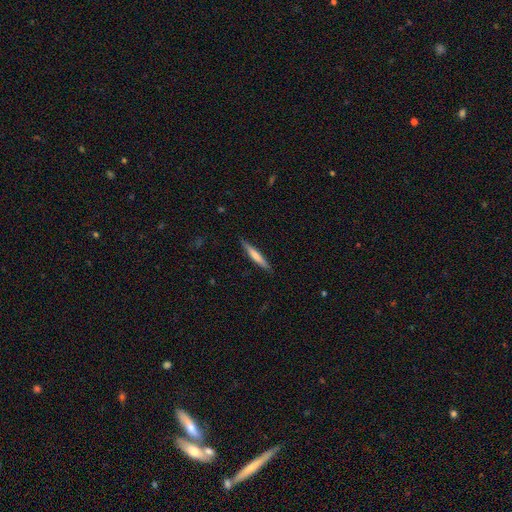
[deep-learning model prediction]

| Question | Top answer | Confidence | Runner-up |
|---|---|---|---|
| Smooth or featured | smooth | 63% | featured or disk (32%) |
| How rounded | cigar-shaped | 94% | in between (5%) |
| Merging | none | 88% | minor disturbance (9%) |